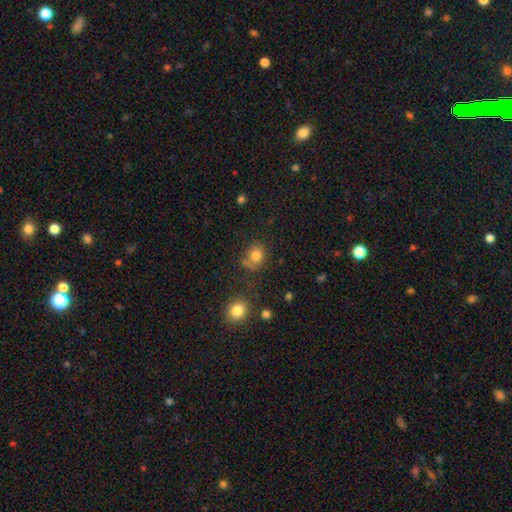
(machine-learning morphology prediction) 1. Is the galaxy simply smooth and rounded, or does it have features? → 81% smooth, 12% star or artifact, 7% featured or disk.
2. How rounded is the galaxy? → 74% round, 25% in between, 1% cigar-shaped.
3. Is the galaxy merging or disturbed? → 60% none, 19% minor disturbance, 12% merger, 9% major disturbance.